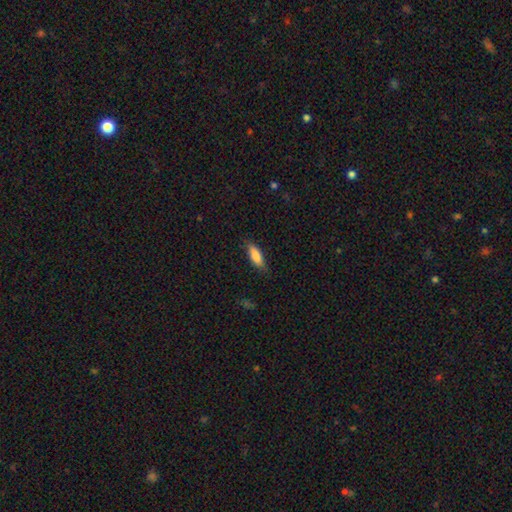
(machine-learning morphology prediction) Smooth or featured? smooth (83%)
How rounded? in between (62%)
Merging? none (79%)